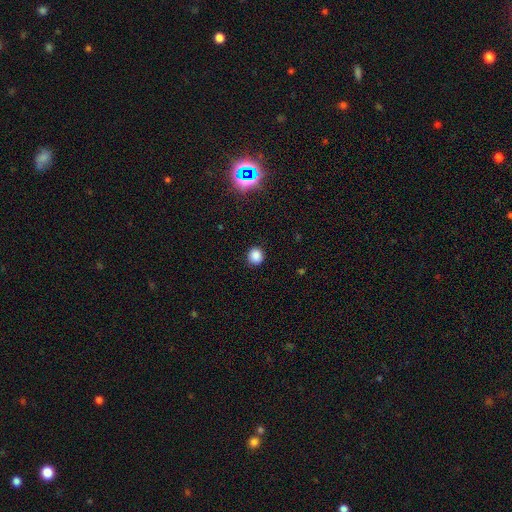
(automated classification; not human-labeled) smooth 85%, star or artifact 12%, featured or disk 3%. Down the decision tree: how rounded — round (89%); merging — none (91%).